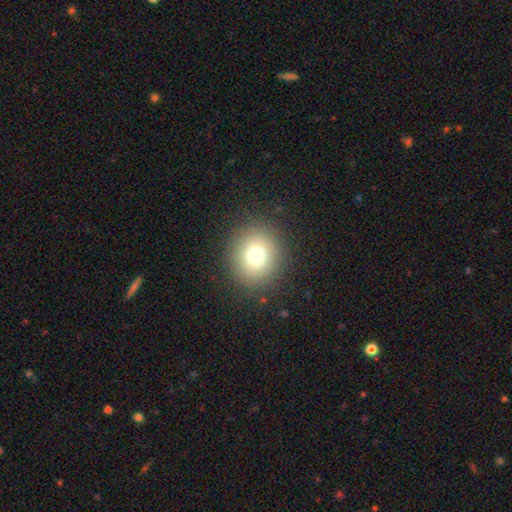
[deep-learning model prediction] Smooth or featured? Predicted: smooth (p=0.75). How rounded? Predicted: round (p=0.78). Merging? Predicted: none (p=0.88).